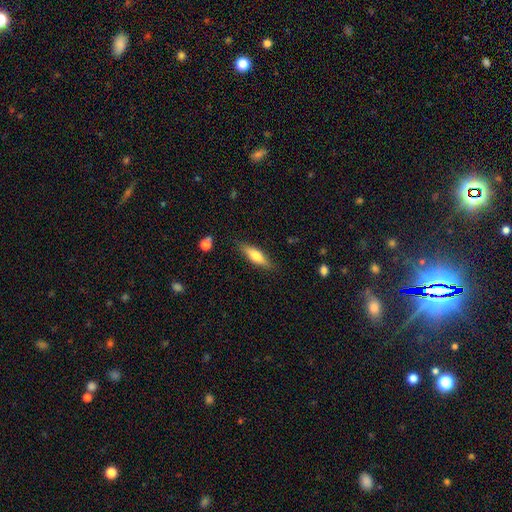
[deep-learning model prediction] Smooth or featured? smooth (56%)
How rounded? cigar-shaped (58%)
Merging? none (85%)